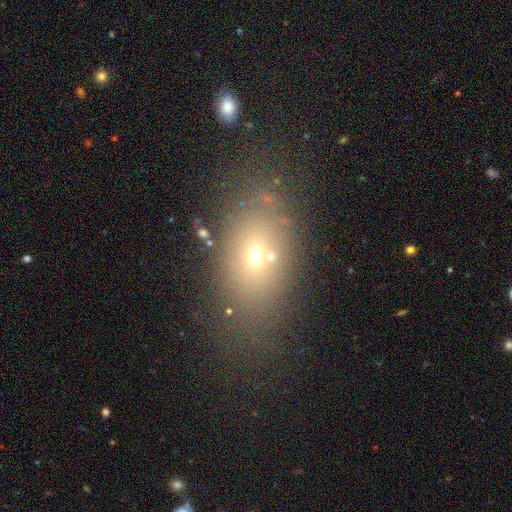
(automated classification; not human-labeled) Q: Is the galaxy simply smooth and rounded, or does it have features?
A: smooth — 60%.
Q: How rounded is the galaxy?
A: in between — 77%.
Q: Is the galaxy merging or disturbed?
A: none — 66%.